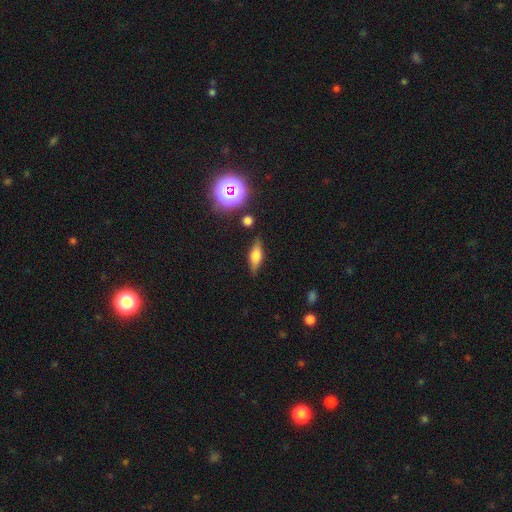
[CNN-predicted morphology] Smooth or featured? smooth (46%)
Merging? none (83%)